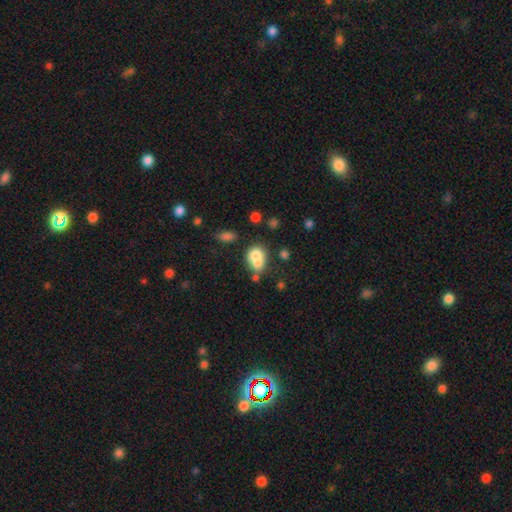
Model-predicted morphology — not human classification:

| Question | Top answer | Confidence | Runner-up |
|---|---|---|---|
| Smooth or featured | smooth | 73% | featured or disk (16%) |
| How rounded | in between | 60% | round (39%) |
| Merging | merger | 48% | none (29%) |